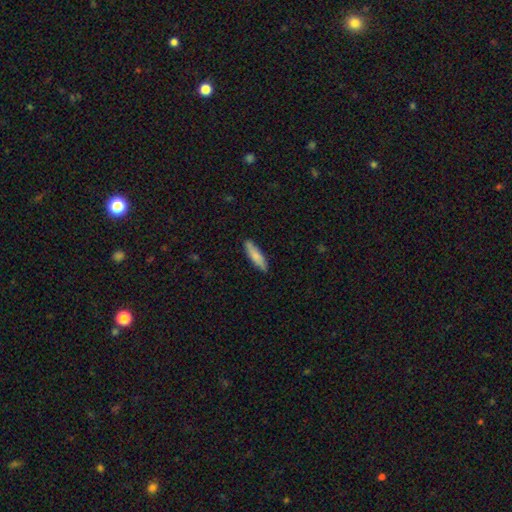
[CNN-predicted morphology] Overall: smooth (80%). How rounded: cigar-shaped (75%). Merging: none (87%).